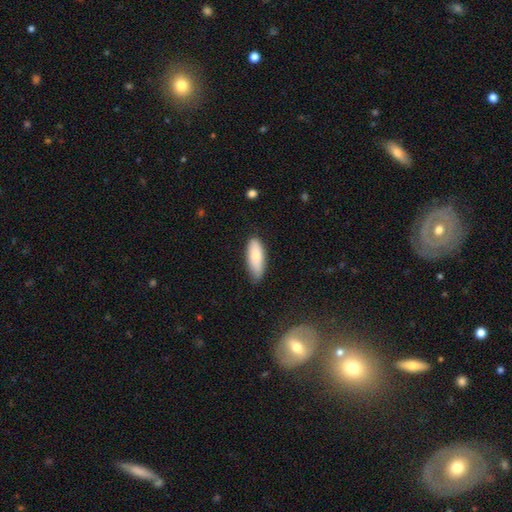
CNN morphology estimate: Smooth or featured?
  - smooth: 84% *
  - featured or disk: 11%
  - star or artifact: 6%
How rounded?
  - in between: 67% *
  - cigar-shaped: 31%
  - round: 2%
Merging?
  - none: 74% *
  - minor disturbance: 21%
  - major disturbance: 3%
  - merger: 1%